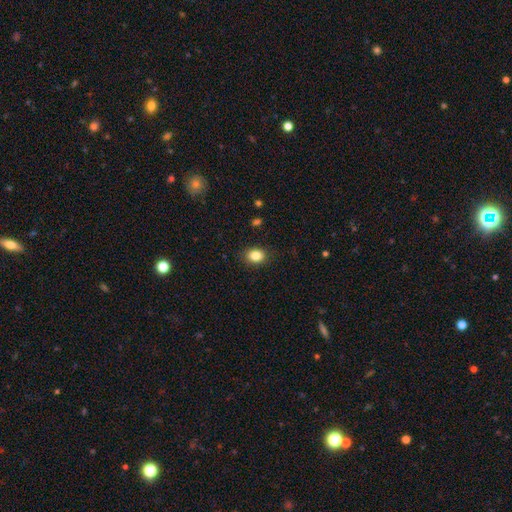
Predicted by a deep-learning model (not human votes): Q: Smooth or featured?
A: smooth (84%); runner-up: star or artifact (10%)
Q: How rounded?
A: in between (60%); runner-up: round (39%)
Q: Merging?
A: none (86%); runner-up: minor disturbance (10%)